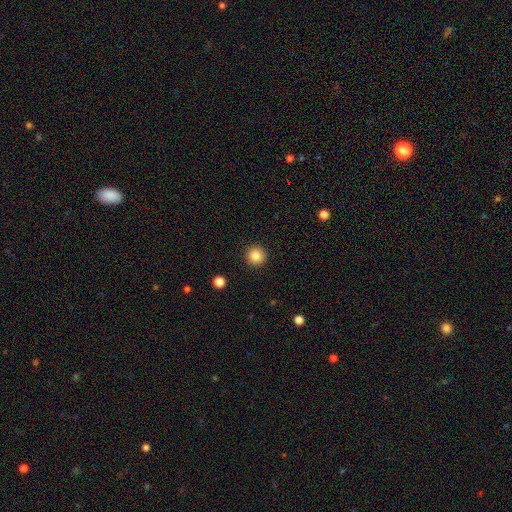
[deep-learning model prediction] Smooth or featured?
  - smooth: 85% *
  - star or artifact: 10%
  - featured or disk: 5%
How rounded?
  - round: 96% *
  - in between: 3%
  - cigar-shaped: 1%
Merging?
  - none: 93% *
  - minor disturbance: 5%
  - major disturbance: 2%
  - merger: 1%